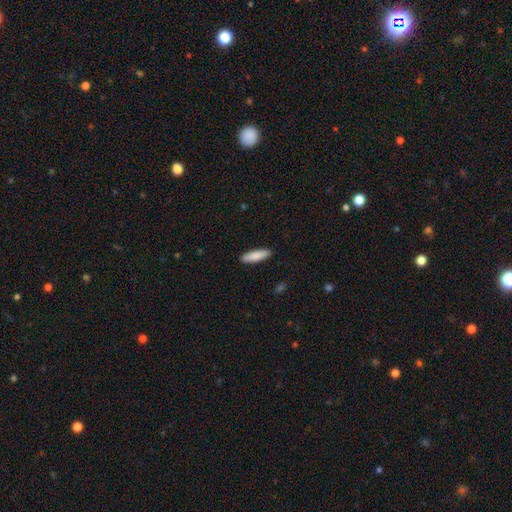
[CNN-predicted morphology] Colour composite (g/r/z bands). It shows a smooth galaxy with no disk features (85%) that is cigar-shaped (68%). Merging: none (90%).